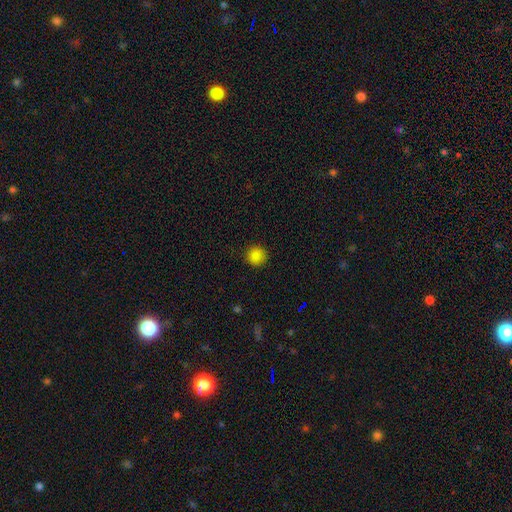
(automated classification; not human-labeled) A smooth galaxy with no disk features (86%) that is round (93%).

Vote fractions:
- Smooth or featured? smooth: 86% / star or artifact: 12% / featured or disk: 3%
- How rounded? round: 93% / in between: 6% / cigar-shaped: 1%
- Merging? none: 91% / minor disturbance: 6% / major disturbance: 2% / merger: 1%